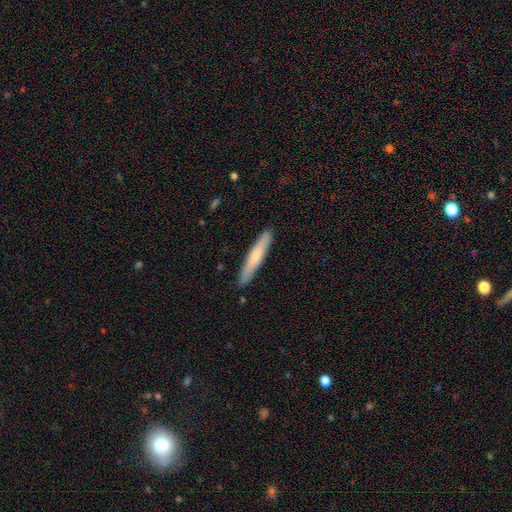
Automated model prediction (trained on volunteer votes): A smooth galaxy with no disk features (63%) that is cigar-shaped (92%).

Vote fractions:
- Smooth or featured? smooth: 63% / featured or disk: 32% / star or artifact: 5%
- How rounded? cigar-shaped: 92% / in between: 7% / round: 1%
- Merging? none: 89% / minor disturbance: 8% / major disturbance: 1% / merger: 1%